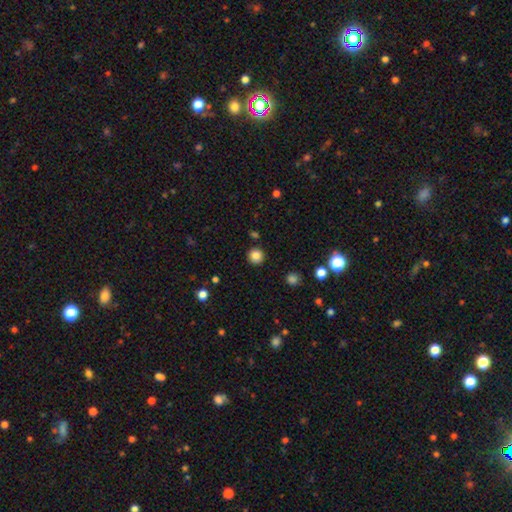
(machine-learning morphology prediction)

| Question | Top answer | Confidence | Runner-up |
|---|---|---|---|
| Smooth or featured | smooth | 85% | star or artifact (11%) |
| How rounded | round | 95% | in between (4%) |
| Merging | none | 90% | minor disturbance (5%) |